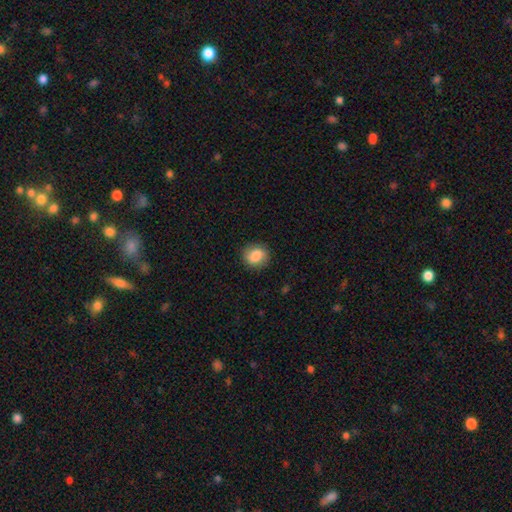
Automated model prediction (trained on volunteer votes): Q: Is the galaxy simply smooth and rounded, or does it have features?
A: smooth — 83%.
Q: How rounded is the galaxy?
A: round — 72%.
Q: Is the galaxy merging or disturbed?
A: none — 86%.